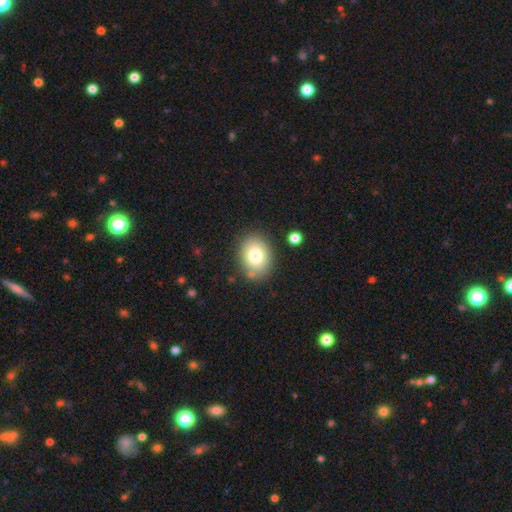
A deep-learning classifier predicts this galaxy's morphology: This is likely a smooth galaxy (79%). How rounded: possibly in between (60%). Merging: clearly none (82%).